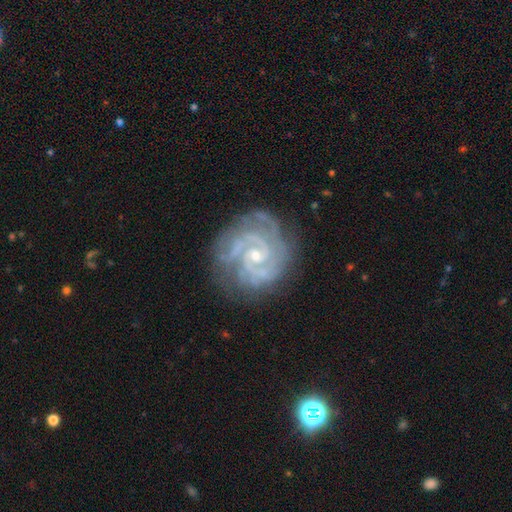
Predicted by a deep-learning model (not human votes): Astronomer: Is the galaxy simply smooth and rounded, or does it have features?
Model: featured or disk — 91%.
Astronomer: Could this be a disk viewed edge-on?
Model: no — 98%.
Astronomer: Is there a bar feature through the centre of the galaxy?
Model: no — 61%.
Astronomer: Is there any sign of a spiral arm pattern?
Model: yes — 98%.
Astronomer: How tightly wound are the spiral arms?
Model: tight — 71%.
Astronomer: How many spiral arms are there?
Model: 2 — 42% (runner-up: 3, 27%).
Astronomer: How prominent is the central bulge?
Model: small — 66%.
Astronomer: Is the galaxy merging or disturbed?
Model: none — 77%.